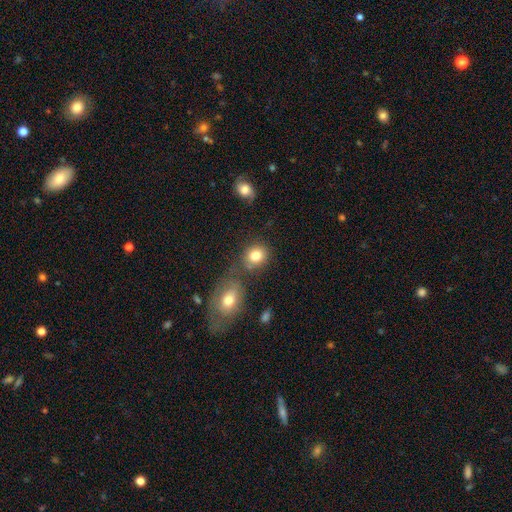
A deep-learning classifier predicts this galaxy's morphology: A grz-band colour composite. It shows a smooth galaxy with no disk features (82%) that is round (68%). Merging: none (63%).